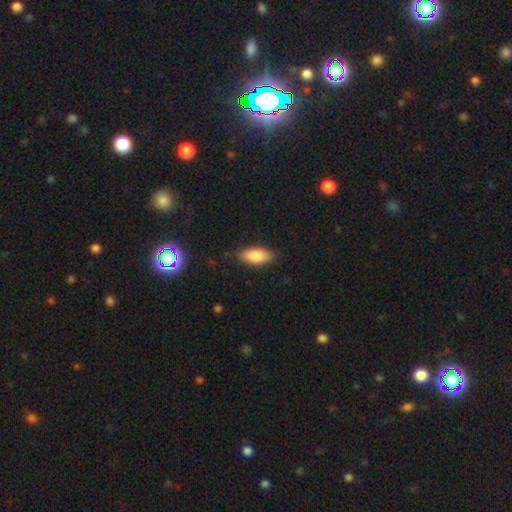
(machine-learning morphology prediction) Smooth or featured? smooth (86%)
How rounded? in between (86%)
Merging? none (83%)